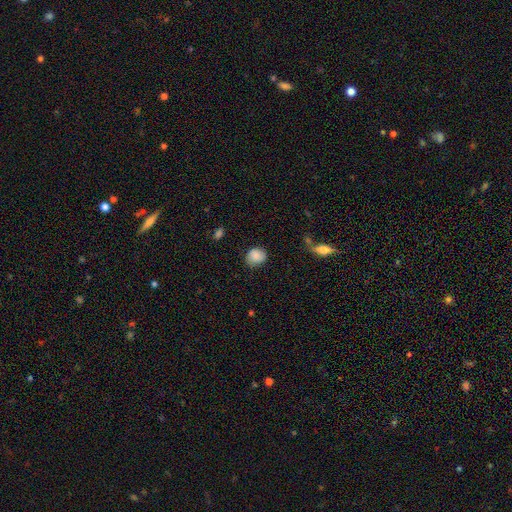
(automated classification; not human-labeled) The model was most divided on "how rounded": round: 68%, in between: 31%, cigar-shaped: 1%. More confident: smooth or featured — smooth (85%); merging — none (73%).